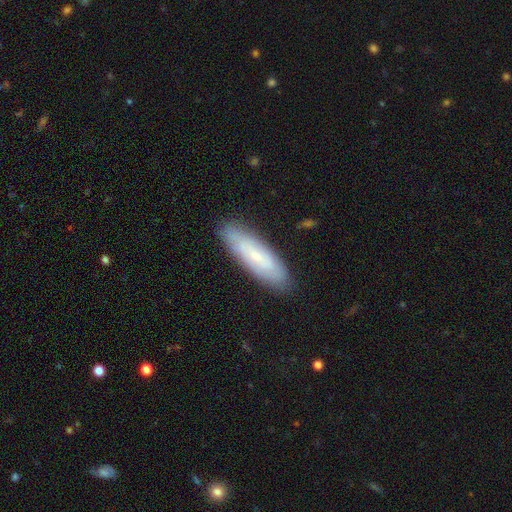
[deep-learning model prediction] A smooth galaxy with no disk features (51%) that is cigar-shaped (54%).

Vote fractions:
- Smooth or featured? smooth: 51% / featured or disk: 42% / star or artifact: 7%
- How rounded? cigar-shaped: 54% / in between: 45% / round: 2%
- Merging? none: 85% / minor disturbance: 12% / major disturbance: 2% / merger: 1%